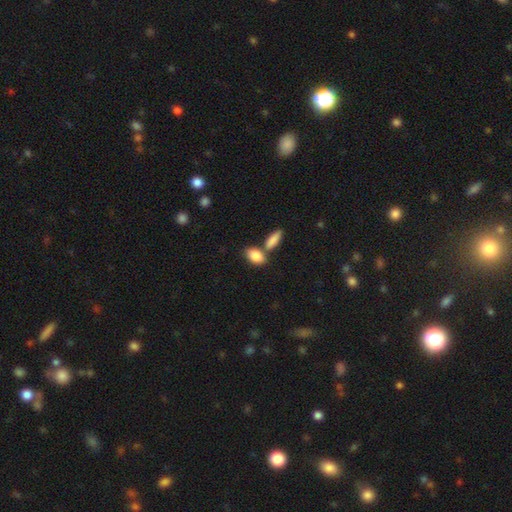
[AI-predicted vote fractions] Overall: smooth (87%). How rounded: in between (90%). Merging: none (50%; merger 36%).